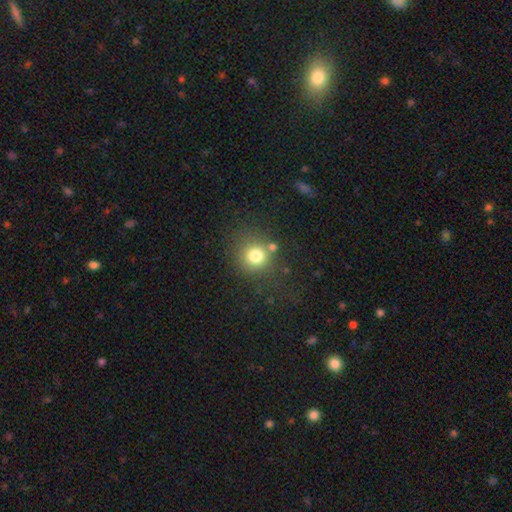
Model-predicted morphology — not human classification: smooth-or-featured: smooth: 77% | star or artifact: 14% | featured or disk: 9%
  how-rounded: round: 89% | in between: 10% | cigar-shaped: 1%
  merging: none: 74% | minor disturbance: 11% | merger: 9% | major disturbance: 6%